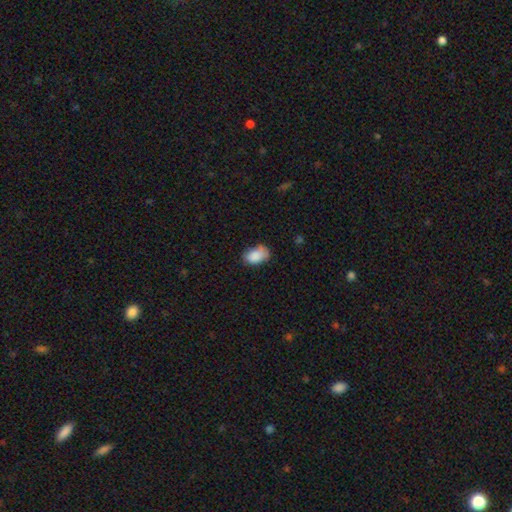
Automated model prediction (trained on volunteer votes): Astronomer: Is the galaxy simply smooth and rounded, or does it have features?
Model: smooth — 85%.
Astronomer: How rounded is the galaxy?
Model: in between — 89%.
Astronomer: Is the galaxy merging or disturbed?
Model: none — 60%.